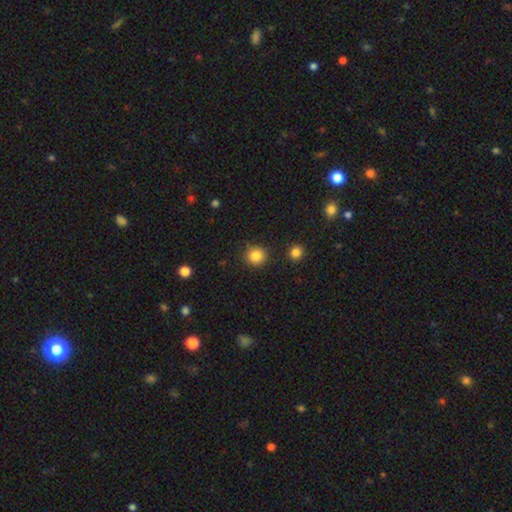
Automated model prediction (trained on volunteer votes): Q: Smooth or featured?
A: smooth (85%); runner-up: star or artifact (11%)
Q: How rounded?
A: round (92%); runner-up: in between (7%)
Q: Merging?
A: none (87%); runner-up: minor disturbance (8%)